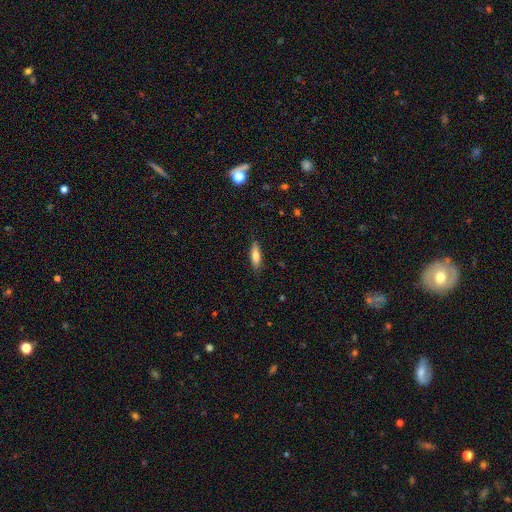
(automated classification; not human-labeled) Smooth or featured?
  - smooth: 68% *
  - featured or disk: 26%
  - star or artifact: 6%
How rounded?
  - cigar-shaped: 61% *
  - in between: 37%
  - round: 2%
Merging?
  - none: 86% *
  - minor disturbance: 11%
  - major disturbance: 2%
  - merger: 1%